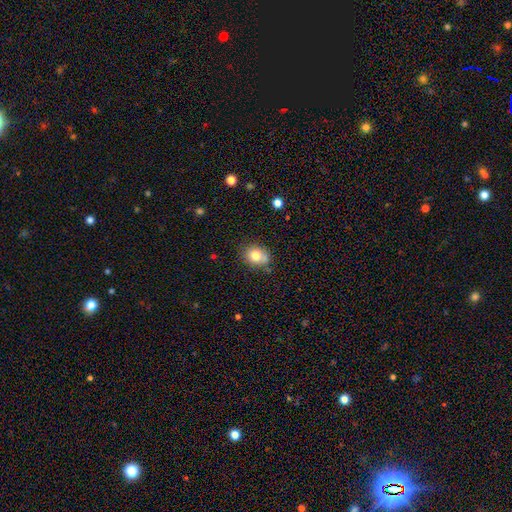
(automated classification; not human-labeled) Q: Smooth or featured?
A: smooth (79%); runner-up: star or artifact (11%)
Q: How rounded?
A: round (59%); runner-up: in between (40%)
Q: Merging?
A: none (69%); runner-up: minor disturbance (19%)